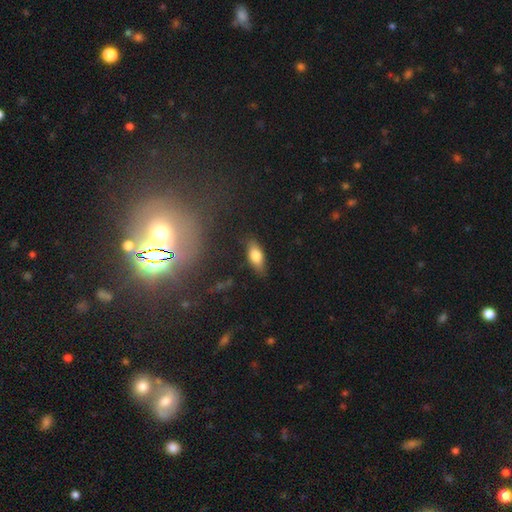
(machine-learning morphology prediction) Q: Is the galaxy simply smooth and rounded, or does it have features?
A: smooth — 74%.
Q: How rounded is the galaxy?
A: in between — 79%.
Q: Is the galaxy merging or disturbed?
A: none — 84%.